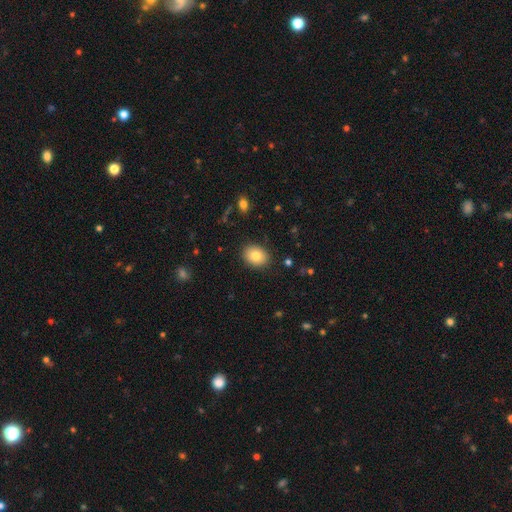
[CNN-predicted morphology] This appears to be a smooth galaxy with no disk features (82%) that is in between round and cigar-shaped (59%). Merging: none (88%).